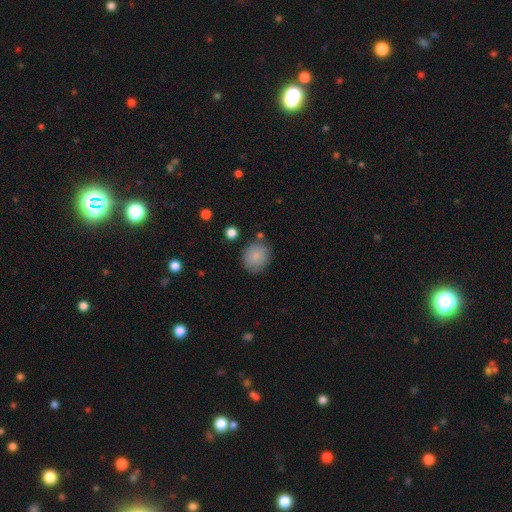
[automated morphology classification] Smooth or featured? Predicted: smooth (p=0.84). How rounded? Predicted: round (p=0.77). Merging? Predicted: none (p=0.78).